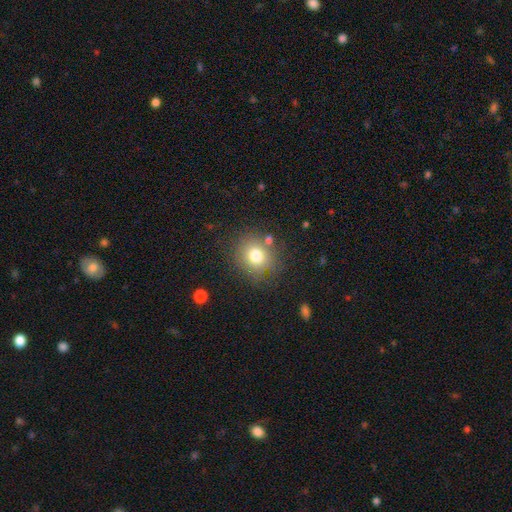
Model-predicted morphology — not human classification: A smooth galaxy with no disk features (77%) that is round (79%).

Vote fractions:
- Smooth or featured? smooth: 77% / star or artifact: 12% / featured or disk: 11%
- How rounded? round: 79% / in between: 20% / cigar-shaped: 1%
- Merging? none: 76% / minor disturbance: 13% / merger: 6% / major disturbance: 5%